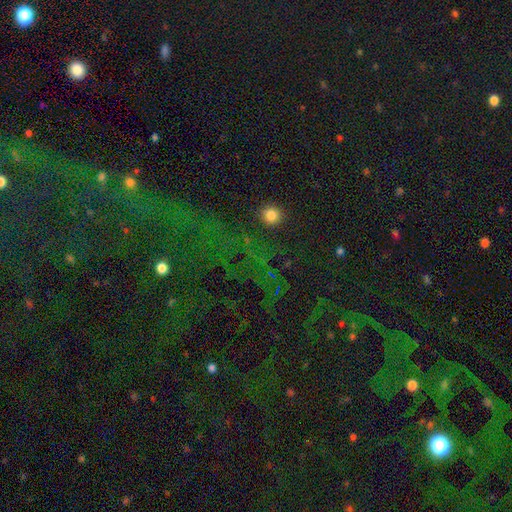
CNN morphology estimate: This is likely a star or artifact rather than a galaxy (75%).